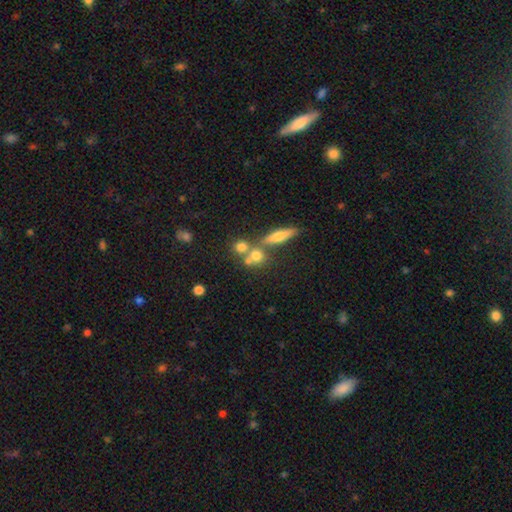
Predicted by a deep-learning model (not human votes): Morphology: type=smooth (67%); roundness=round (70%); merging=none (48%).